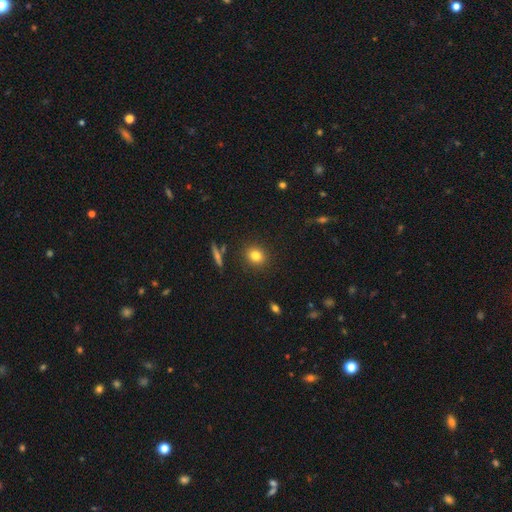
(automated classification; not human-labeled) Smooth or featured? Predicted: smooth (p=0.81). How rounded? Predicted: round (p=0.80). Merging? Predicted: none (p=0.89).